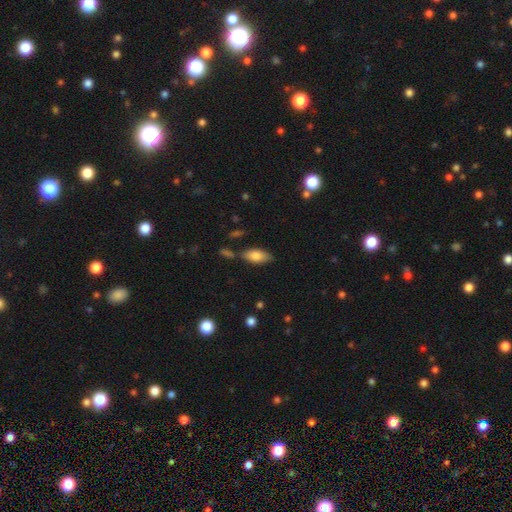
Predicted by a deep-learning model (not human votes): Smooth or featured: smooth — 78% (featured or disk — 16%)
How rounded: in between — 86% (cigar-shaped — 12%)
Merging: none — 75% (minor disturbance — 15%)